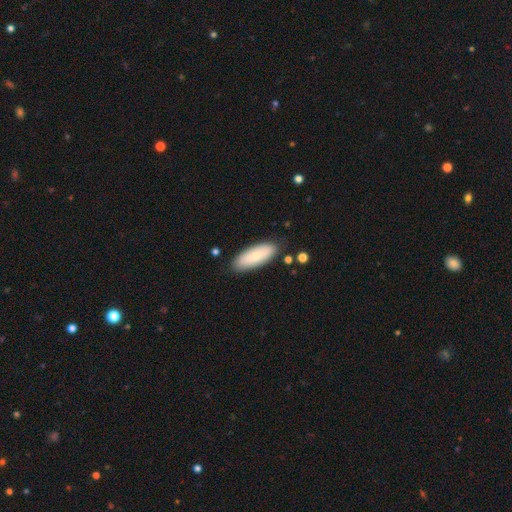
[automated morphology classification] A smooth galaxy with no disk features (76%) that is in between round and cigar-shaped (75%). Merging: none (85%).